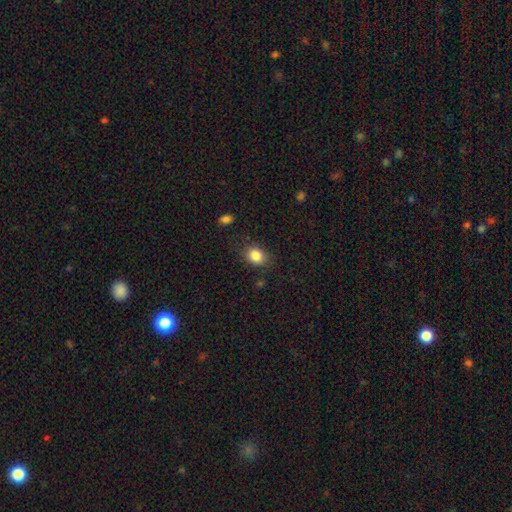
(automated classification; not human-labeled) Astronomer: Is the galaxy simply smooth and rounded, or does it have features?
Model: smooth — 84%.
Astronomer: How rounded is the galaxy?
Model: in between — 57% (runner-up: round, 42%).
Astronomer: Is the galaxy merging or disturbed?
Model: none — 81%.